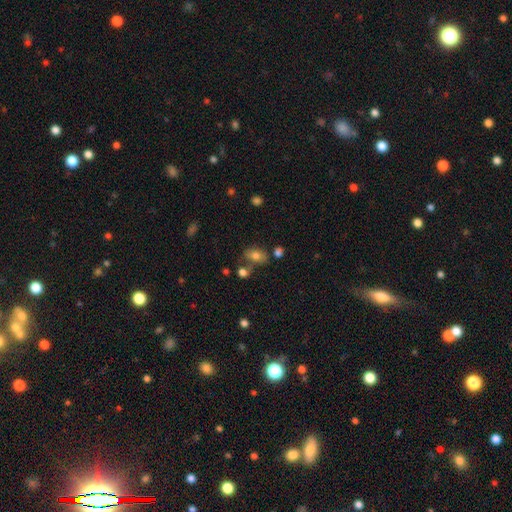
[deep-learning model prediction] This appears to be a smooth galaxy with no disk features (75%) that is in between round and cigar-shaped (82%). Merging: none (59%).